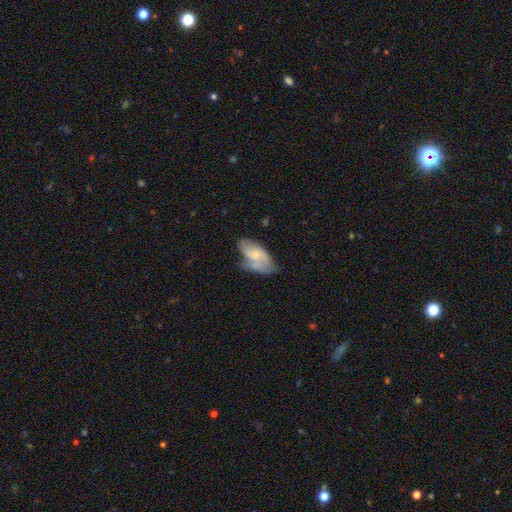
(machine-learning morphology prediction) This is possibly a smooth galaxy (47%, tied with featured or disk). Merging: marginally none (38%).